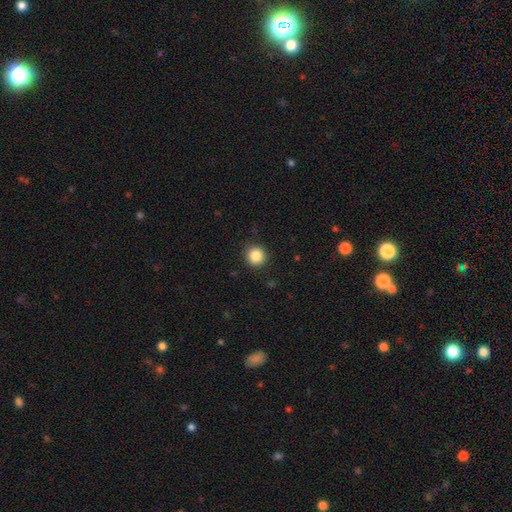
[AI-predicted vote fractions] Smooth or featured?
  - smooth: 86% *
  - star or artifact: 10%
  - featured or disk: 4%
How rounded?
  - round: 93% *
  - in between: 6%
  - cigar-shaped: 1%
Merging?
  - none: 91% *
  - minor disturbance: 6%
  - major disturbance: 2%
  - merger: 1%